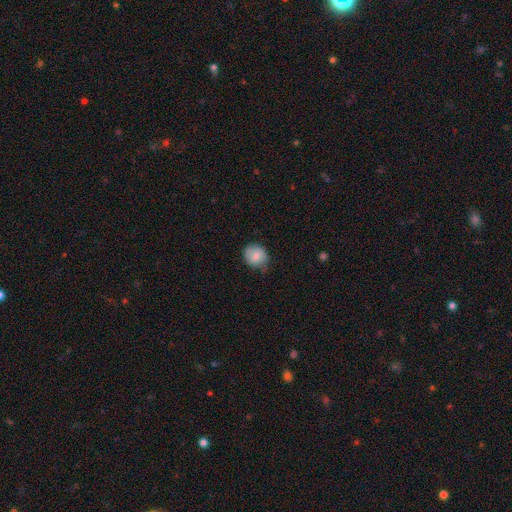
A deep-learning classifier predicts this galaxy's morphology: smooth-or-featured: smooth: 75% | featured or disk: 17% | star or artifact: 8%
  how-rounded: round: 75% | in between: 24% | cigar-shaped: 1%
  merging: none: 67% | minor disturbance: 27% | major disturbance: 5% | merger: 1%